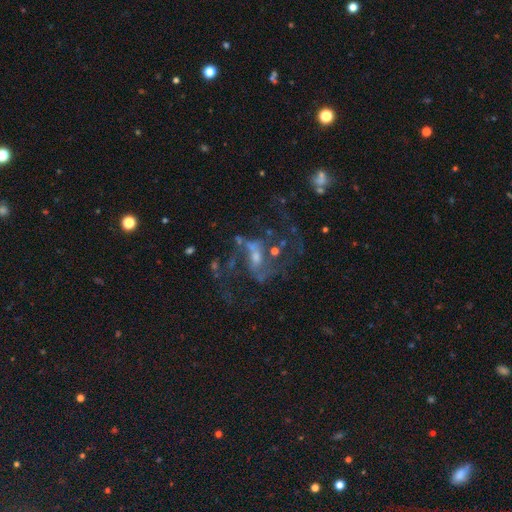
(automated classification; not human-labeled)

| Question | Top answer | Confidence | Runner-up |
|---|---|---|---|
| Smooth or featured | featured or disk | 81% | star or artifact (11%) |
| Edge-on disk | no | 97% | yes (3%) |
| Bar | weak | 45% | strong (29%) |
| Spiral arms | yes | 87% | no (13%) |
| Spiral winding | loose | 56% | medium (37%) |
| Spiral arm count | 2 | 79% | can't tell (8%) |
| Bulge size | small | 52% | moderate (35%) |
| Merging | none | 49% | major disturbance (28%) |